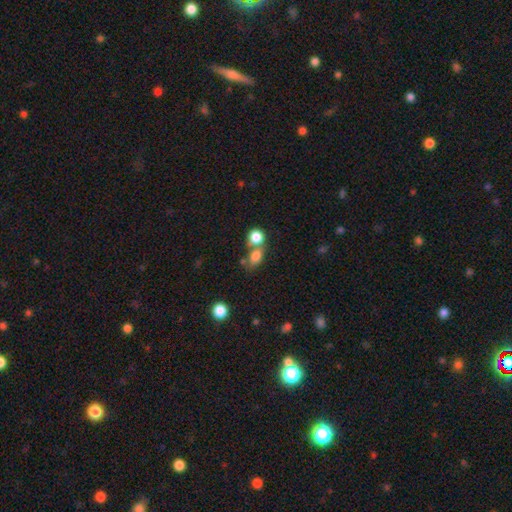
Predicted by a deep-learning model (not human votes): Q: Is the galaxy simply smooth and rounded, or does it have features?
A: smooth — 79%.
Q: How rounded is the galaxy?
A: in between — 59%.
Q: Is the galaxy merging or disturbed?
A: merger — 44%.